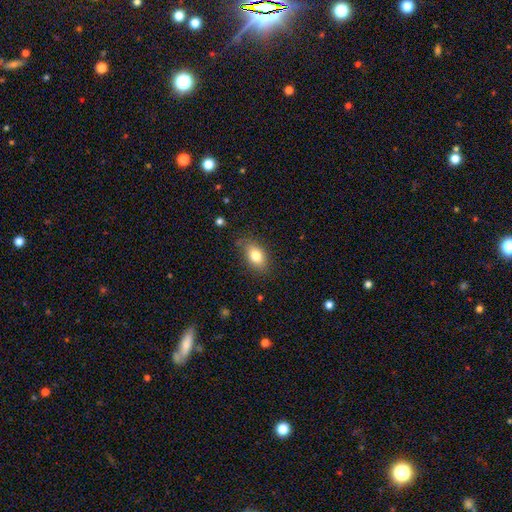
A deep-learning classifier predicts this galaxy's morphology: smooth-or-featured: smooth: 80% | featured or disk: 11% | star or artifact: 9%
  how-rounded: in between: 85% | round: 12% | cigar-shaped: 3%
  merging: none: 78% | minor disturbance: 17% | major disturbance: 4% | merger: 1%